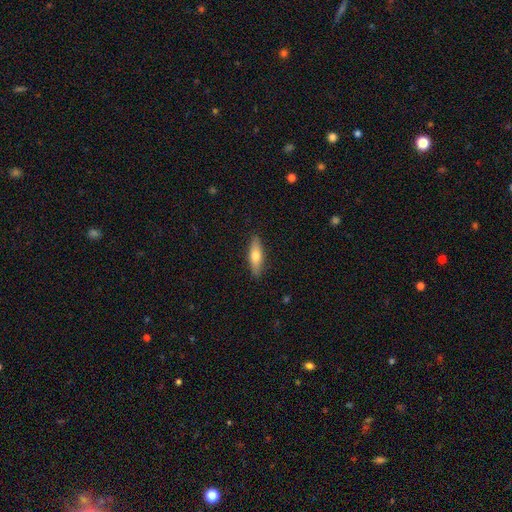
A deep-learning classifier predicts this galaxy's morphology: smooth_or_featured: smooth (p=0.62) [alt: featured or disk p=0.32]
how_rounded: cigar-shaped (p=0.57) [alt: in between p=0.40]
merging: none (p=0.89) [alt: minor disturbance p=0.08]